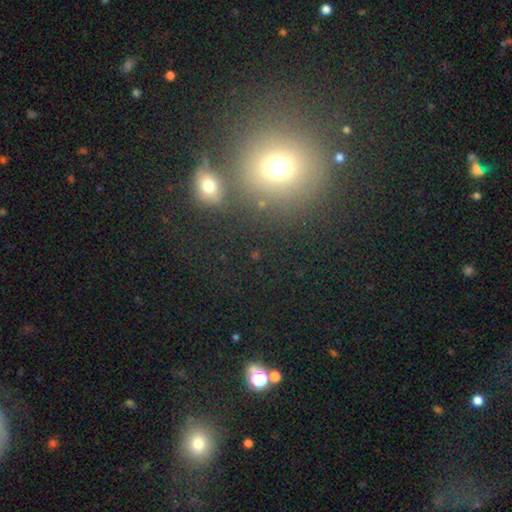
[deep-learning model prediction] Smooth or featured? Predicted: smooth (p=0.56). How rounded? Predicted: round (p=0.83). Merging? Predicted: none (p=0.68).